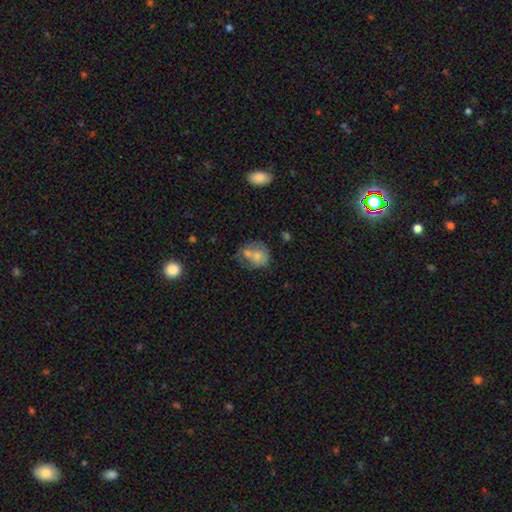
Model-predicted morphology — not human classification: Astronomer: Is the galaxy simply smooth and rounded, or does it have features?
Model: smooth — 57% (runner-up: featured or disk, 34%).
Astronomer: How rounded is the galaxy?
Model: round — 59% (runner-up: in between, 40%).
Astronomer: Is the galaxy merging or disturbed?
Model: merger — 33% (runner-up: none, 31%).